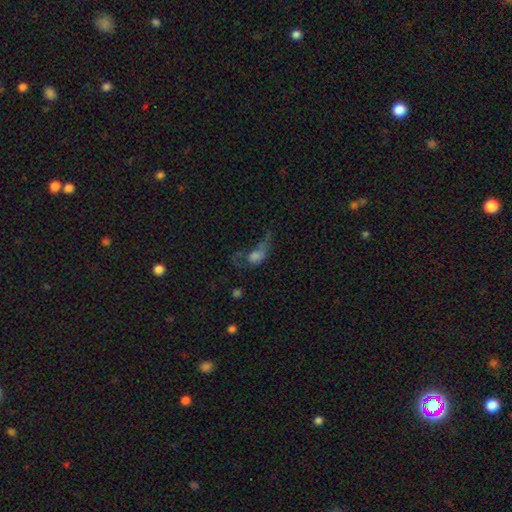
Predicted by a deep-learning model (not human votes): Smooth or featured: smooth — 47% (featured or disk — 36%)
Merging: major disturbance — 55% (none — 20%)